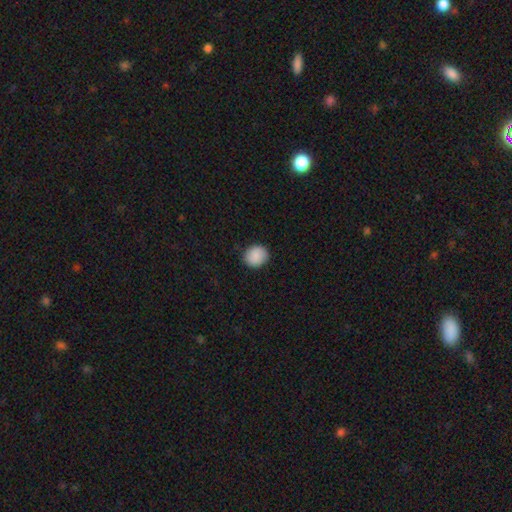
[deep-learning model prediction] smooth-or-featured: smooth: 89% | star or artifact: 8% | featured or disk: 3%
  how-rounded: round: 80% | in between: 19% | cigar-shaped: 1%
  merging: none: 89% | minor disturbance: 8% | major disturbance: 2% | merger: 1%